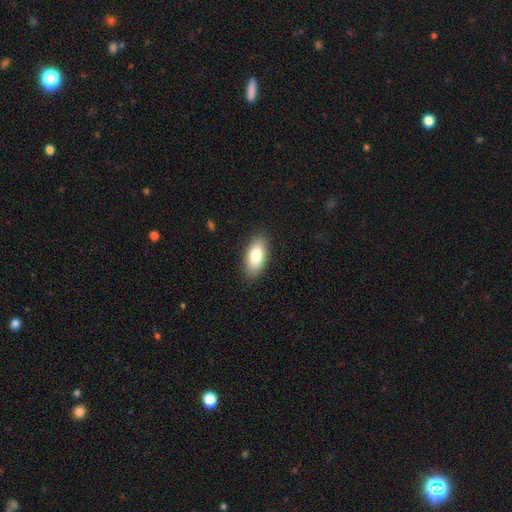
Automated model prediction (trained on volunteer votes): This is clearly a smooth galaxy (81%). How rounded: clearly in between (90%). Merging: clearly none (88%).